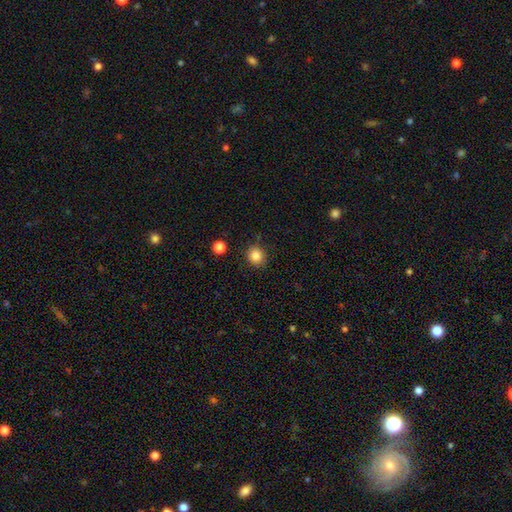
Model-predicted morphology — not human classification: Smooth or featured? smooth (85%)
How rounded? round (86%)
Merging? none (85%)